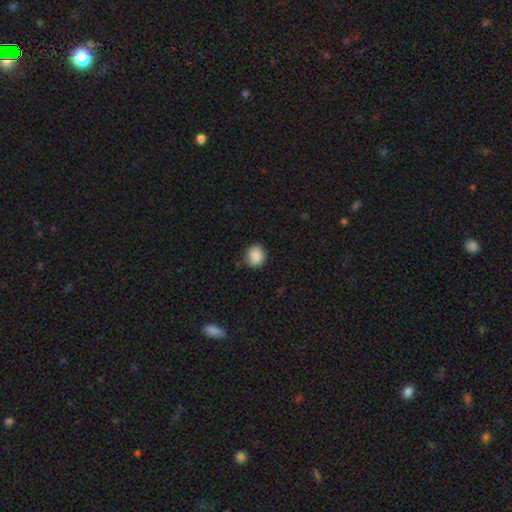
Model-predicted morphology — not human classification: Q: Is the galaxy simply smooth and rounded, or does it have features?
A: smooth — 88%.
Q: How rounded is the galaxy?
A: round — 88%.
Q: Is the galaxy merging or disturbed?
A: none — 83%.